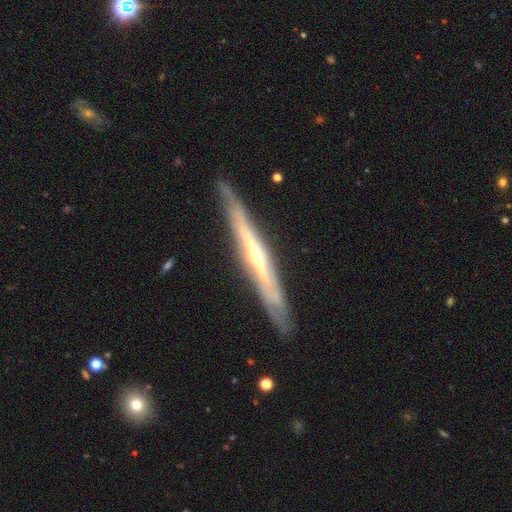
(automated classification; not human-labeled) The model was most divided on "edge-on bulge": rounded: 61%, none: 34%, boxy: 5%. More confident: edge-on disk — yes (91%); merging — none (84%); smooth or featured — featured or disk (78%).